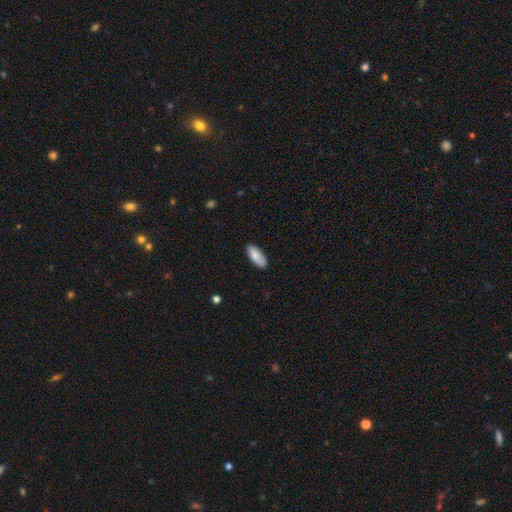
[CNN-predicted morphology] Smooth or featured? smooth (83%)
How rounded? in between (83%)
Merging? none (85%)